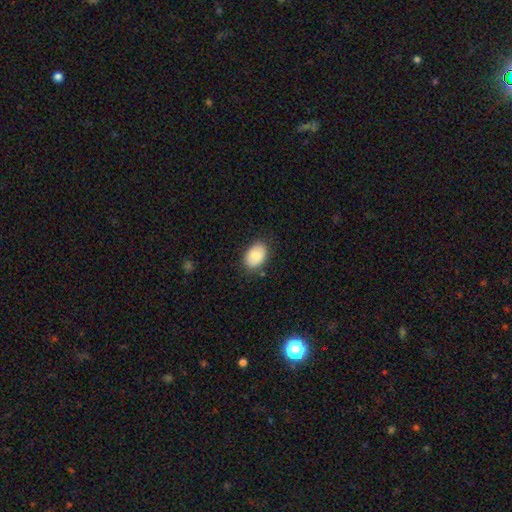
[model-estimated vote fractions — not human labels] Q: Smooth or featured?
A: smooth (83%); runner-up: featured or disk (10%)
Q: How rounded?
A: in between (83%); runner-up: round (16%)
Q: Merging?
A: none (83%); runner-up: minor disturbance (13%)